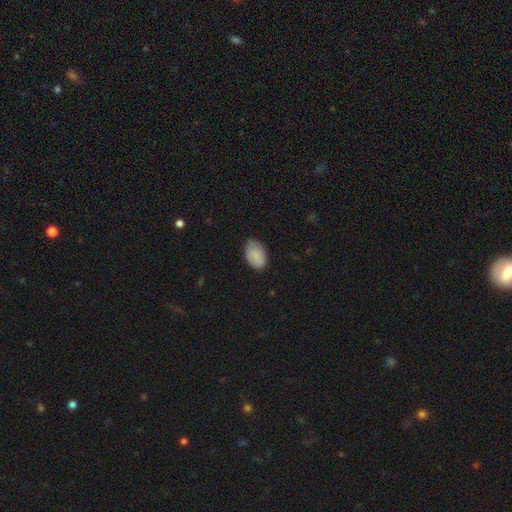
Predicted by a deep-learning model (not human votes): Overall: smooth (87%). How rounded: in between (91%). Merging: none (75%).